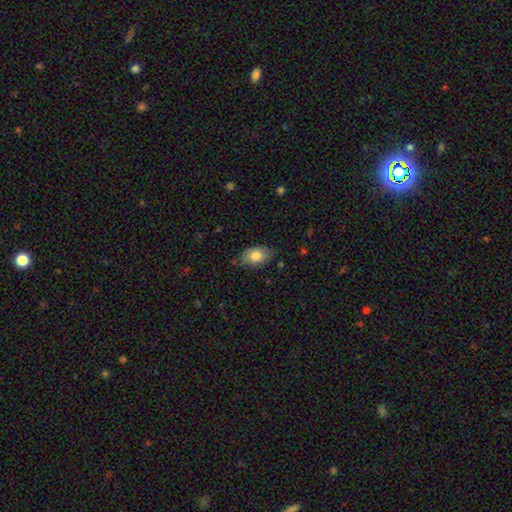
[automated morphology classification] Q: Smooth or featured?
A: smooth (82%); runner-up: featured or disk (11%)
Q: How rounded?
A: in between (89%); runner-up: round (9%)
Q: Merging?
A: none (76%); runner-up: minor disturbance (19%)